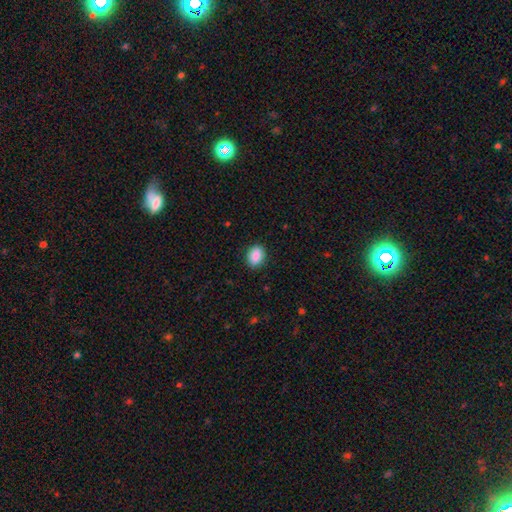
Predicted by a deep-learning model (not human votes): Smooth or featured: smooth — 89% (star or artifact — 7%)
How rounded: in between — 74% (round — 25%)
Merging: none — 89% (minor disturbance — 8%)